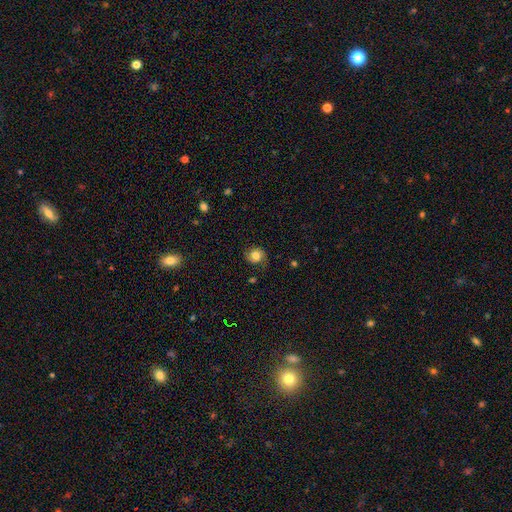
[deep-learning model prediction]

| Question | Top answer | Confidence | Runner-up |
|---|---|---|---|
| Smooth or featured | smooth | 61% | featured or disk (28%) |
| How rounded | round | 75% | in between (24%) |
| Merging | none | 71% | minor disturbance (20%) |